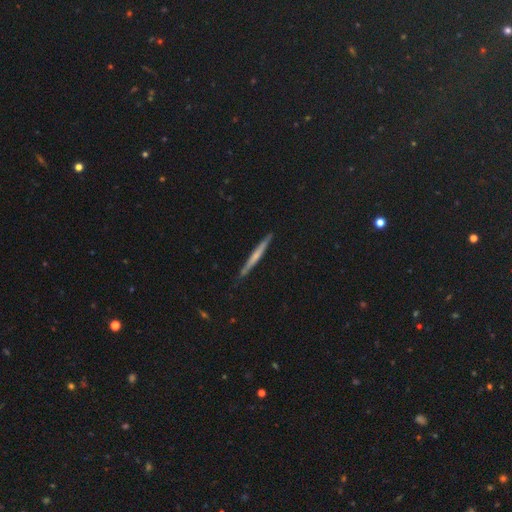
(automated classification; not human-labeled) The model was most divided on "smooth or featured": featured or disk: 50%, smooth: 43%, star or artifact: 7%. More confident: edge-on disk — yes (97%); merging — none (87%).